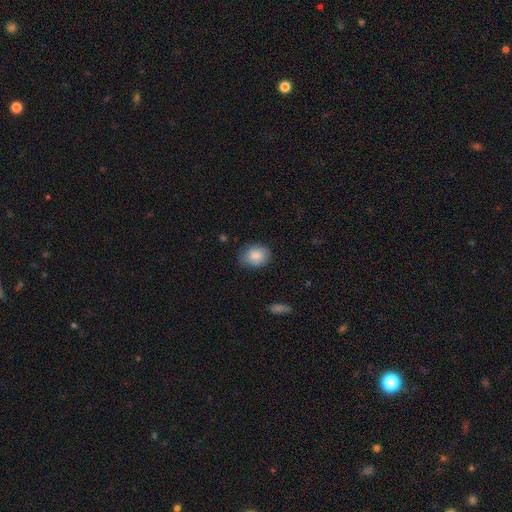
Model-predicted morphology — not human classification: This is clearly a smooth galaxy (84%). How rounded: possibly in between (51%). Merging: likely none (78%).